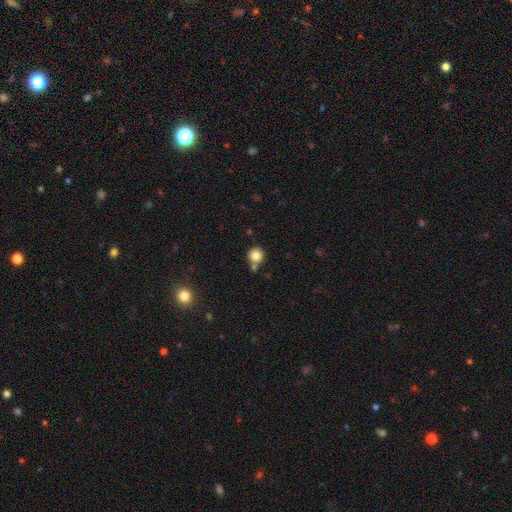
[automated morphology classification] Smooth or featured? smooth (82%)
How rounded? round (93%)
Merging? none (67%)